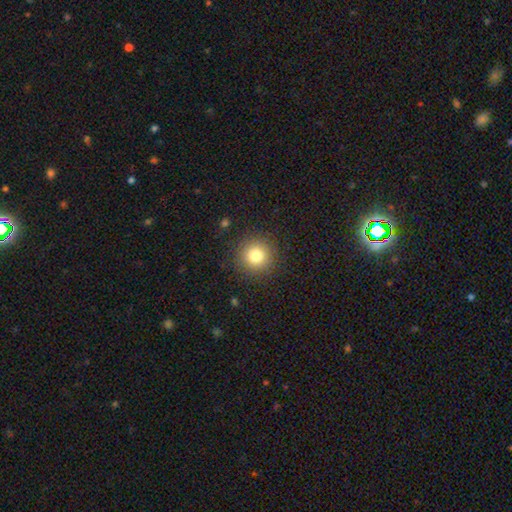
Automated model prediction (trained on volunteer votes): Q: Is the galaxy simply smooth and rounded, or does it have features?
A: smooth — 79%.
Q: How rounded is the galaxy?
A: round — 95%.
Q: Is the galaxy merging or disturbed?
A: none — 90%.